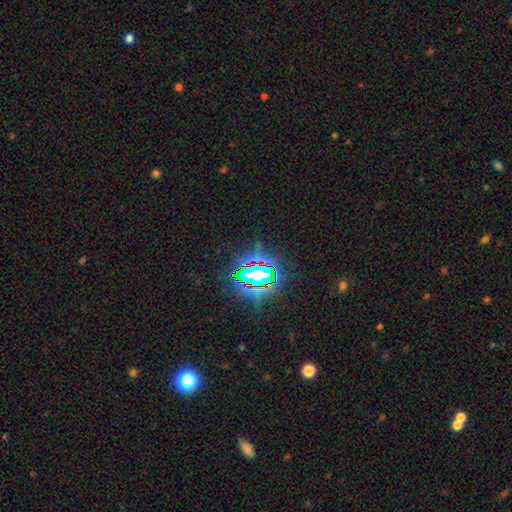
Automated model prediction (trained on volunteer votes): Smooth or featured: star or artifact — 82% (smooth — 11%)